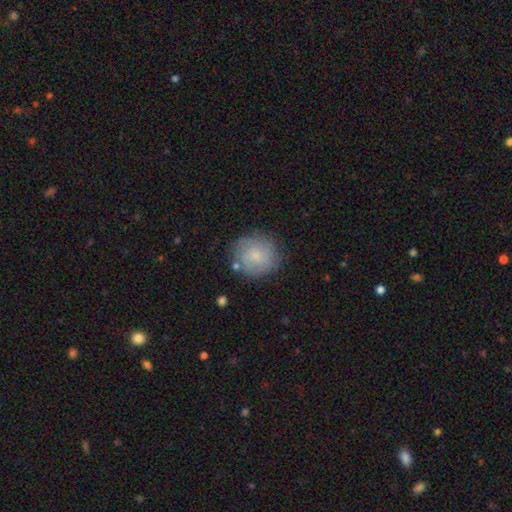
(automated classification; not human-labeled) smooth_or_featured: smooth (p=0.69) [alt: featured or disk p=0.24]
how_rounded: round (p=0.91) [alt: in between p=0.08]
merging: none (p=0.77) [alt: minor disturbance p=0.15]